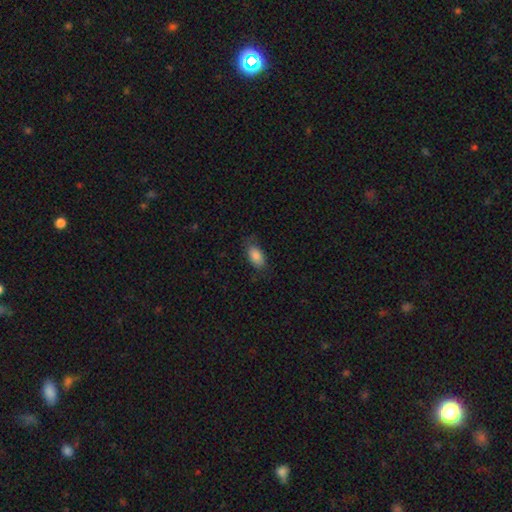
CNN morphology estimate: Smooth or featured? smooth (86%)
How rounded? in between (92%)
Merging? none (73%)